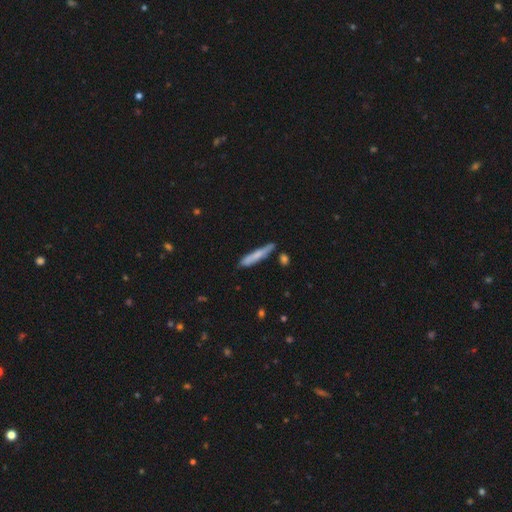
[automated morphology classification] This is likely a smooth galaxy (69%). How rounded: clearly cigar-shaped (92%). Merging: likely none (73%).